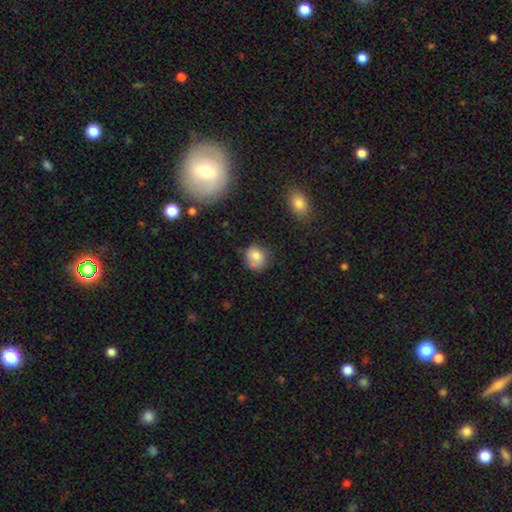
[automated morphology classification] Smooth or featured: smooth — 76% (featured or disk — 13%)
How rounded: round — 68% (in between — 31%)
Merging: none — 61% (minor disturbance — 25%)